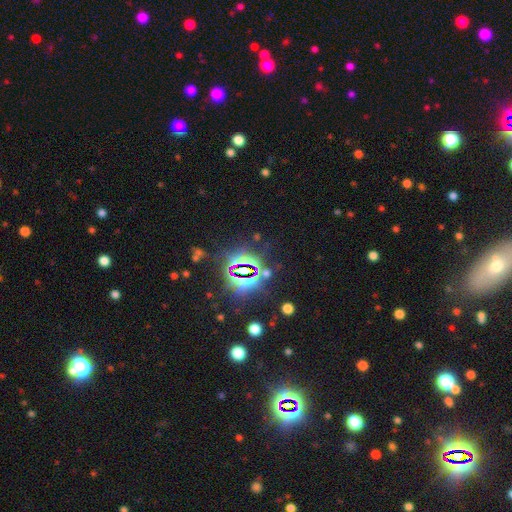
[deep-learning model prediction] Morphology: type=star or artifact (75%).